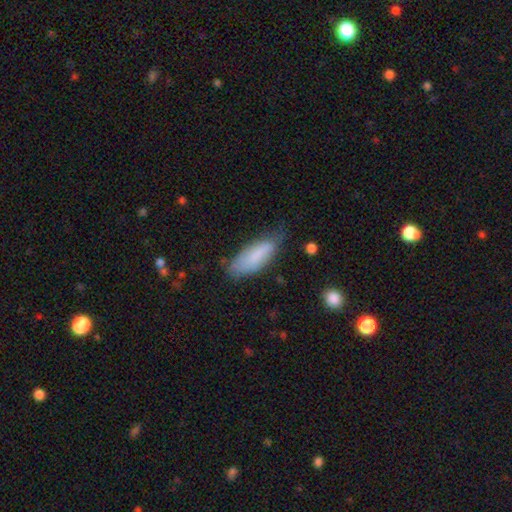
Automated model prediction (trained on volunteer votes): smooth_or_featured: smooth (p=0.81) [alt: featured or disk p=0.12]
how_rounded: in between (p=0.65) [alt: cigar-shaped p=0.33]
merging: none (p=0.57) [alt: minor disturbance p=0.33]